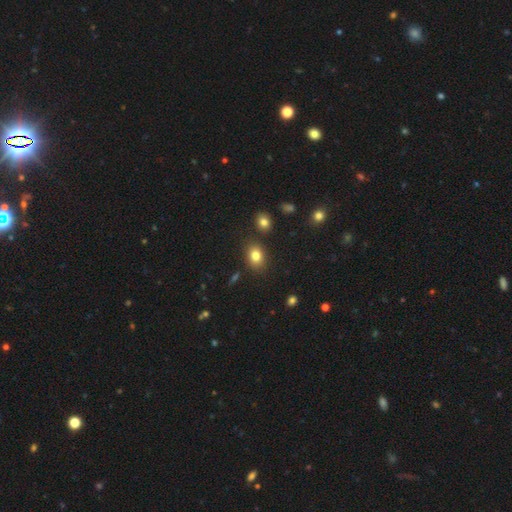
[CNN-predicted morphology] Q: Smooth or featured?
A: smooth (82%); runner-up: star or artifact (11%)
Q: How rounded?
A: in between (62%); runner-up: round (37%)
Q: Merging?
A: none (83%); runner-up: minor disturbance (9%)